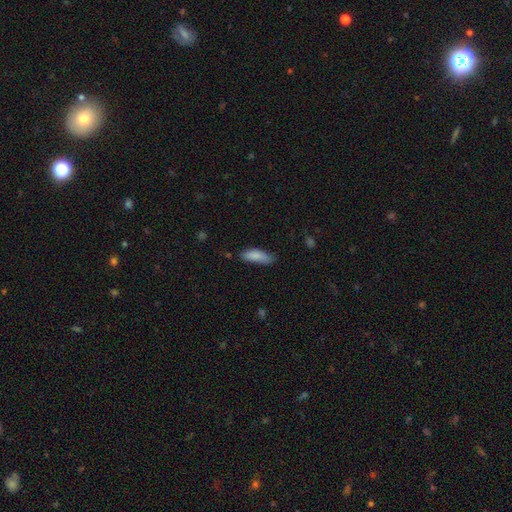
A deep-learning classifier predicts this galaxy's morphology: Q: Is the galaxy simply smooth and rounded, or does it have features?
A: smooth — 86%.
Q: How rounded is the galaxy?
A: in between — 57%.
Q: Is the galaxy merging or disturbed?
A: none — 61%.